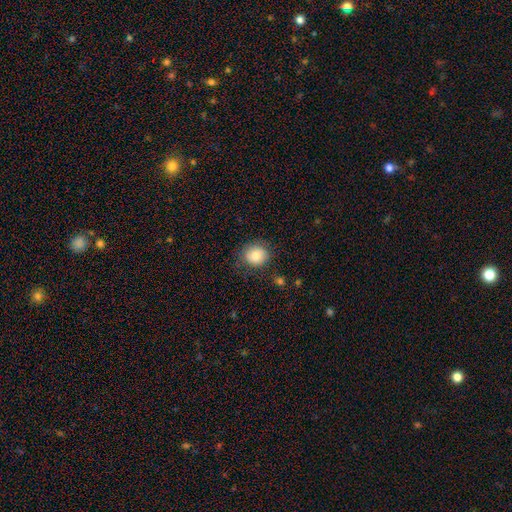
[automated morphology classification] smooth_or_featured: smooth (p=0.83) [alt: star or artifact p=0.09]
how_rounded: round (p=0.70) [alt: in between p=0.29]
merging: none (p=0.80) [alt: minor disturbance p=0.14]